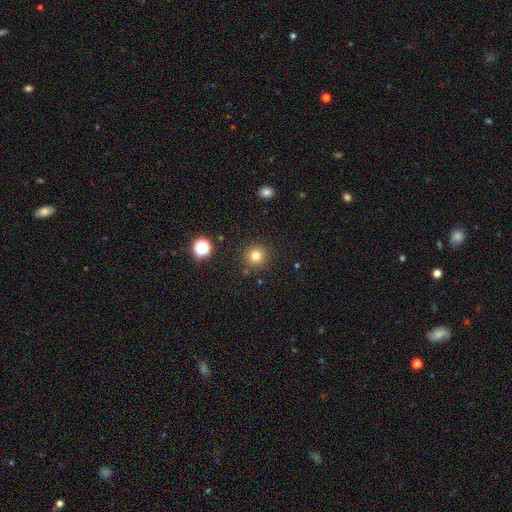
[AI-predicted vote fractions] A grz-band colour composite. It shows a smooth galaxy with no disk features (78%) that is round (94%). Merging: none (88%).